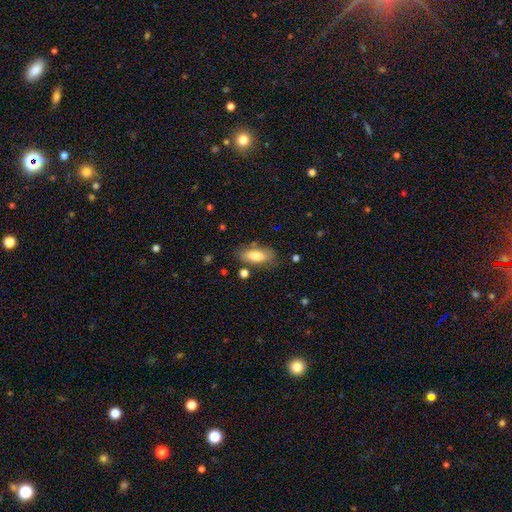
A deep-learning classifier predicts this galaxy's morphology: Smooth or featured? Predicted: smooth (p=0.76). How rounded? Predicted: in between (p=0.82). Merging? Predicted: none (p=0.73).